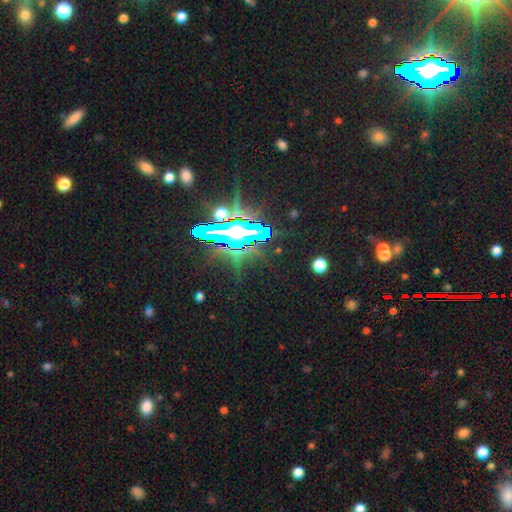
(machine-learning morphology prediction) smooth_or_featured: star or artifact (p=0.78) [alt: featured or disk p=0.12]